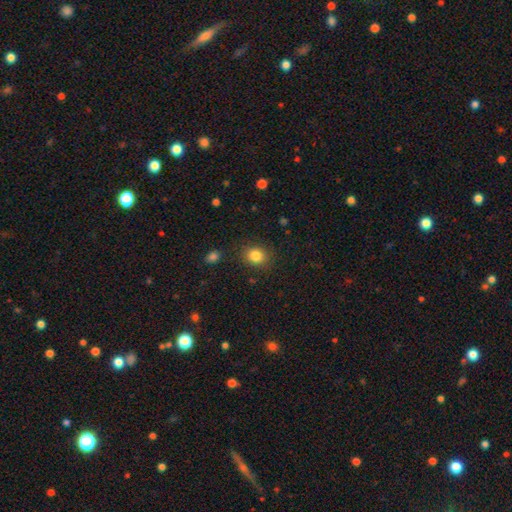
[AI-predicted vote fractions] Smooth or featured?
  - smooth: 84% *
  - star or artifact: 11%
  - featured or disk: 5%
How rounded?
  - round: 68% *
  - in between: 31%
  - cigar-shaped: 1%
Merging?
  - none: 86% *
  - minor disturbance: 9%
  - major disturbance: 3%
  - merger: 2%